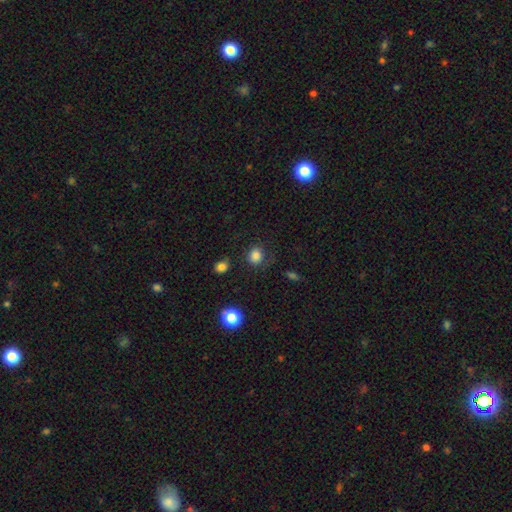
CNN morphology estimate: This is clearly a smooth galaxy (83%). How rounded: likely round (75%). Merging: likely none (75%).